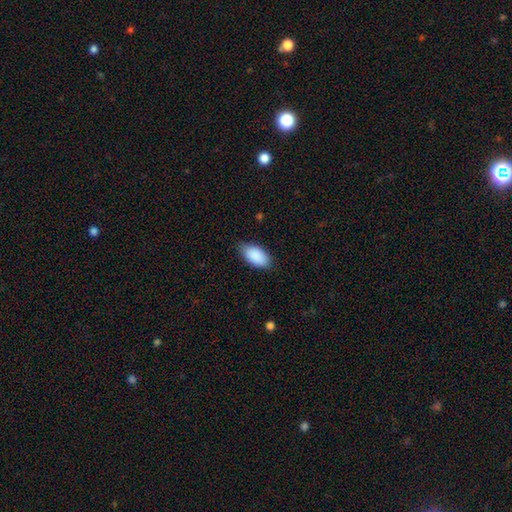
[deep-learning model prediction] smooth_or_featured: smooth (p=0.90) [alt: star or artifact p=0.06]
how_rounded: in between (p=0.95) [alt: cigar-shaped p=0.03]
merging: none (p=0.78) [alt: minor disturbance p=0.18]